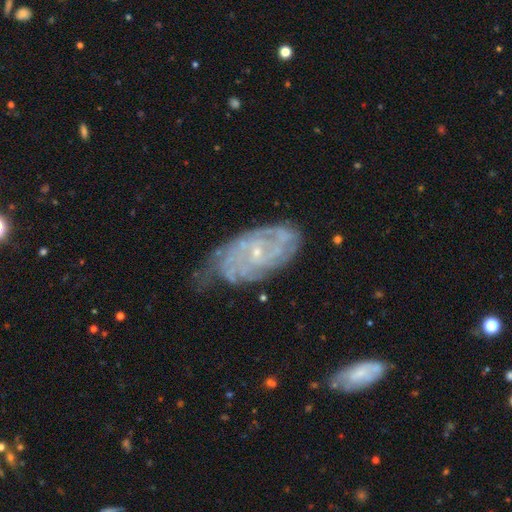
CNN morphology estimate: The model was most divided on "spiral arm count": can't tell: 44%, 2: 21%, 3: 14%, 4: 10%, more than 4: 6%, 1: 5%. More confident: edge-on disk — no (93%); spiral arms — yes (90%); bulge size — small (78%); smooth or featured — featured or disk (78%); spiral winding — tight (66%); bar — no (64%); merging — none (60%).